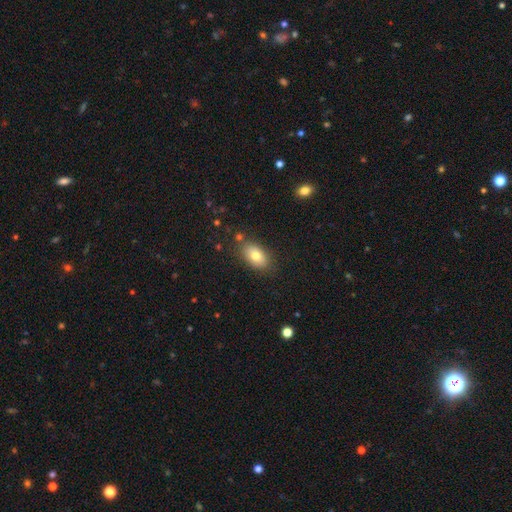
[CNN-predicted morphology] smooth 78%, featured or disk 14%, star or artifact 9%. Down the decision tree: how rounded — in between (89%); merging — none (81%).